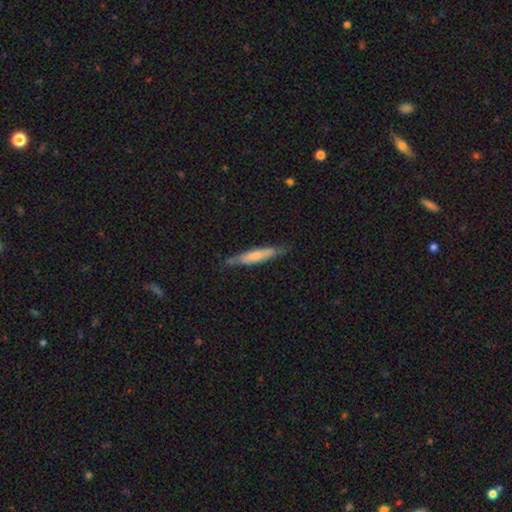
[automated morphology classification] smooth-or-featured: smooth: 55% | featured or disk: 39% | star or artifact: 5%
  how-rounded: cigar-shaped: 88% | in between: 10% | round: 1%
  merging: none: 76% | minor disturbance: 19% | major disturbance: 4% | merger: 2%